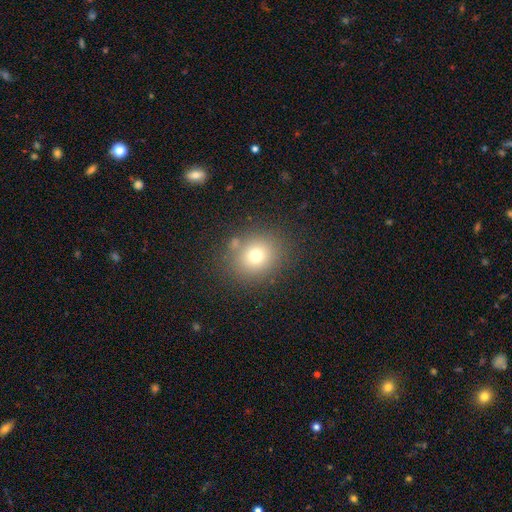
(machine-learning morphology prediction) Q: Smooth or featured?
A: smooth (71%); runner-up: star or artifact (17%)
Q: How rounded?
A: round (81%); runner-up: in between (18%)
Q: Merging?
A: none (80%); runner-up: minor disturbance (10%)